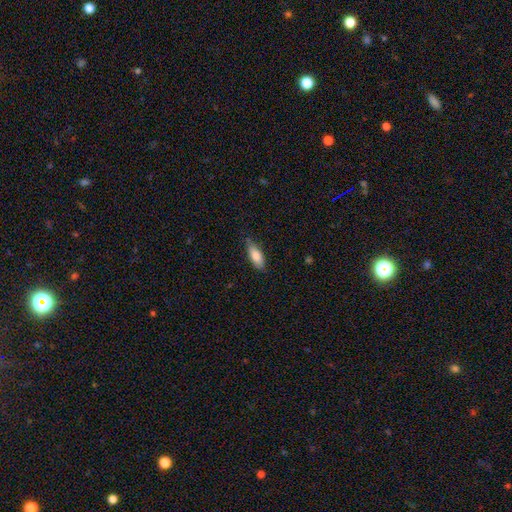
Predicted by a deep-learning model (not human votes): A smooth galaxy with no disk features (84%) that is in between round and cigar-shaped (79%).

Vote fractions:
- Smooth or featured? smooth: 84% / featured or disk: 10% / star or artifact: 6%
- How rounded? in between: 79% / cigar-shaped: 19% / round: 2%
- Merging? none: 76% / minor disturbance: 20% / major disturbance: 3% / merger: 1%